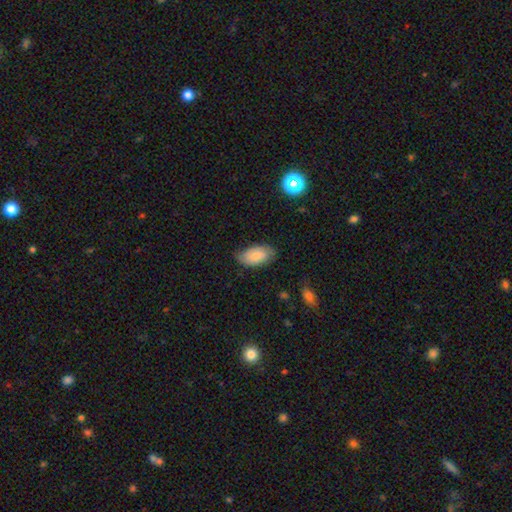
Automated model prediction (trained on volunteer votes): Smooth or featured: smooth — 77% (featured or disk — 16%)
How rounded: in between — 94% (round — 3%)
Merging: none — 76% (minor disturbance — 19%)